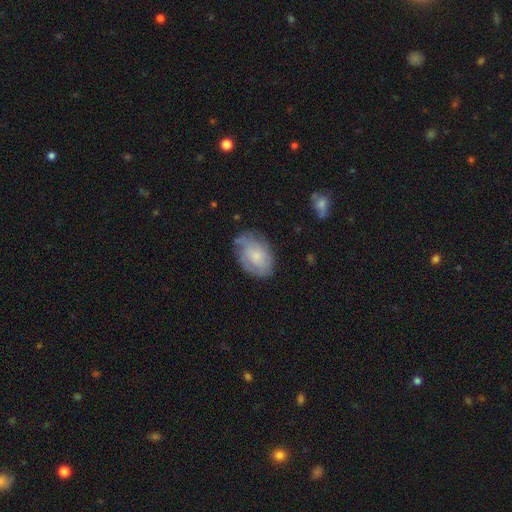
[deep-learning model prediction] Morphology: type=smooth (47%); merging=none (66%).